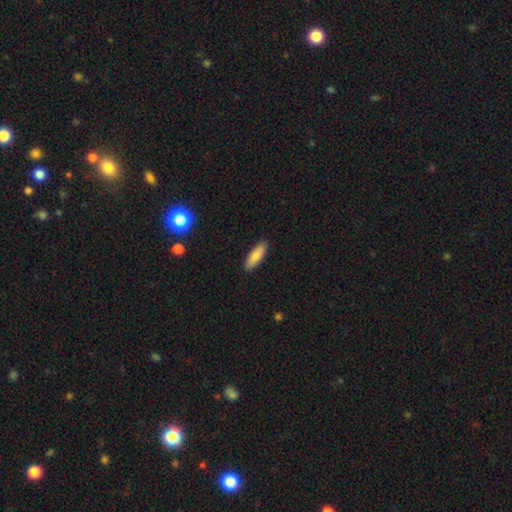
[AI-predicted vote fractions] This is clearly a smooth galaxy (84%). How rounded: possibly in between (53%). Merging: clearly none (90%).